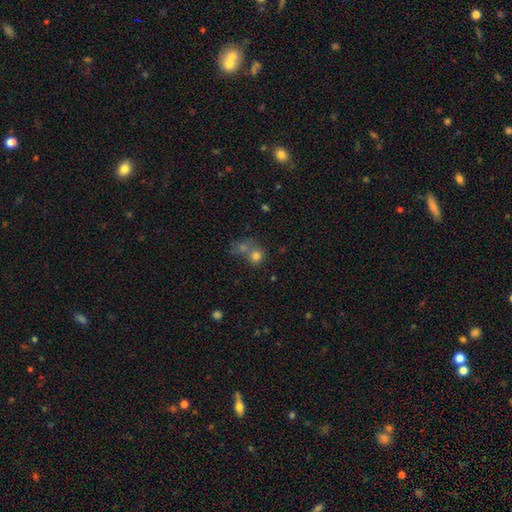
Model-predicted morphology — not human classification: Smooth or featured? Predicted: smooth (p=0.76). How rounded? Predicted: round (p=0.79). Merging? Predicted: merger (p=0.47).